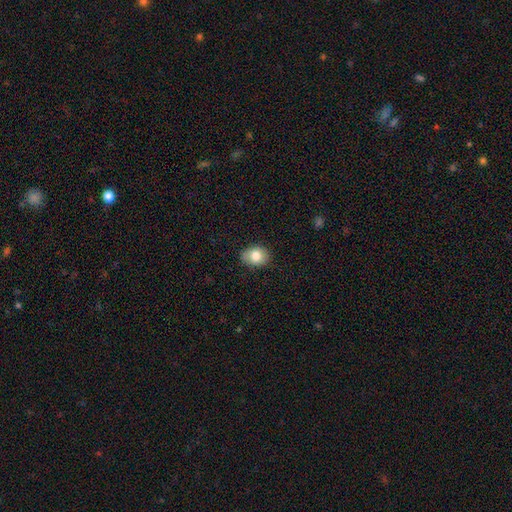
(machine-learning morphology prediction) Q: Smooth or featured?
A: smooth (81%); runner-up: featured or disk (11%)
Q: How rounded?
A: in between (62%); runner-up: round (37%)
Q: Merging?
A: none (85%); runner-up: minor disturbance (12%)